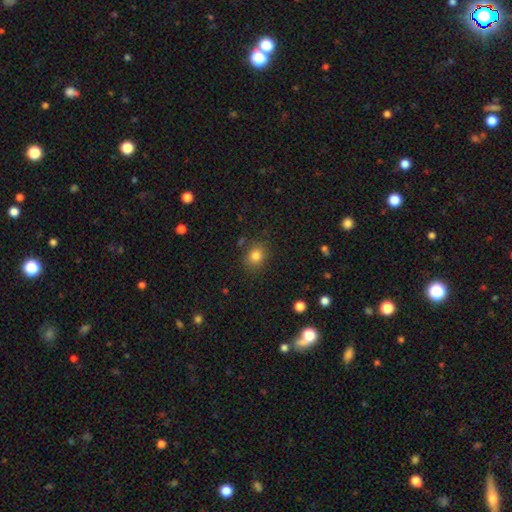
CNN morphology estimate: Q: Smooth or featured?
A: smooth (83%); runner-up: star or artifact (11%)
Q: How rounded?
A: round (62%); runner-up: in between (37%)
Q: Merging?
A: none (81%); runner-up: minor disturbance (12%)